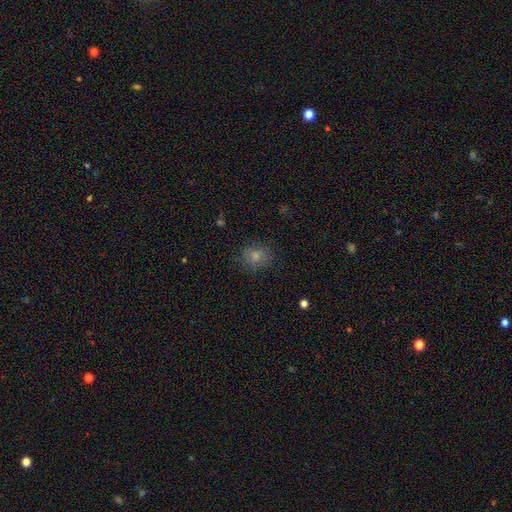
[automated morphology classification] A smooth galaxy with no disk features (68%) that is round (70%). Merging: none (84%).